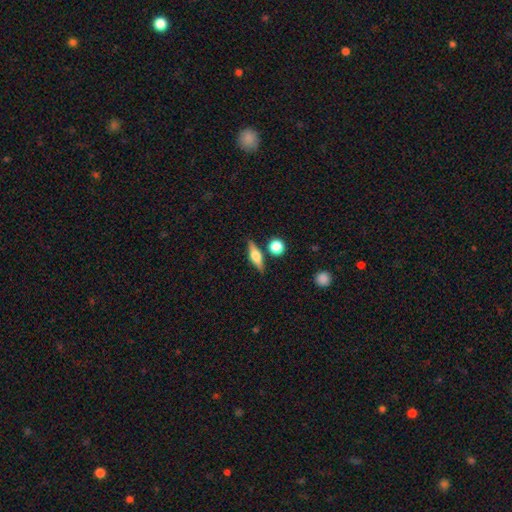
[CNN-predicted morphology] smooth-or-featured: featured or disk: 52% | smooth: 40% | star or artifact: 8%
  disk-edge-on: yes: 94% | no: 6%
  merging: none: 81% | minor disturbance: 10% | merger: 6% | major disturbance: 3%